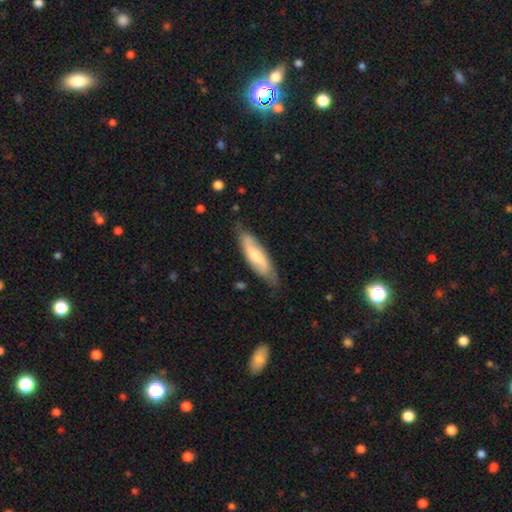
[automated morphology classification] Smooth or featured?
  - featured or disk: 62% *
  - smooth: 32%
  - star or artifact: 6%
Edge-on disk?
  - no: 72% *
  - yes: 28%
Merging?
  - none: 75% *
  - minor disturbance: 20%
  - major disturbance: 4%
  - merger: 1%